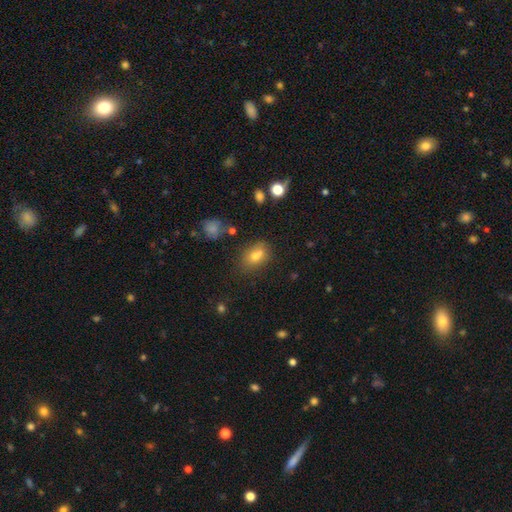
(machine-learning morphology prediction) This is likely a smooth galaxy (72%). How rounded: likely in between (73%). Merging: likely none (60%).